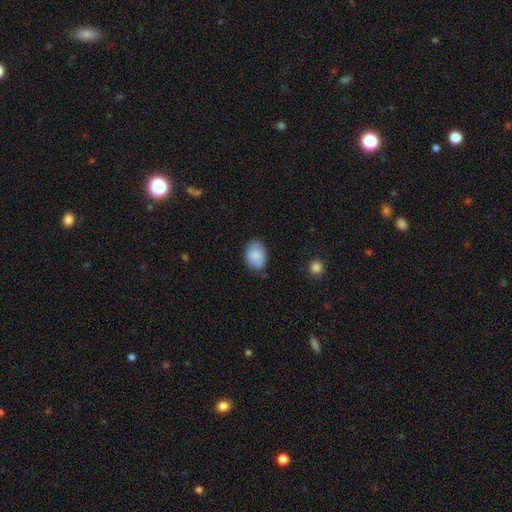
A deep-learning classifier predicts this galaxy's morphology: Smooth or featured? Predicted: smooth (p=0.85). How rounded? Predicted: in between (p=0.77). Merging? Predicted: none (p=0.74).